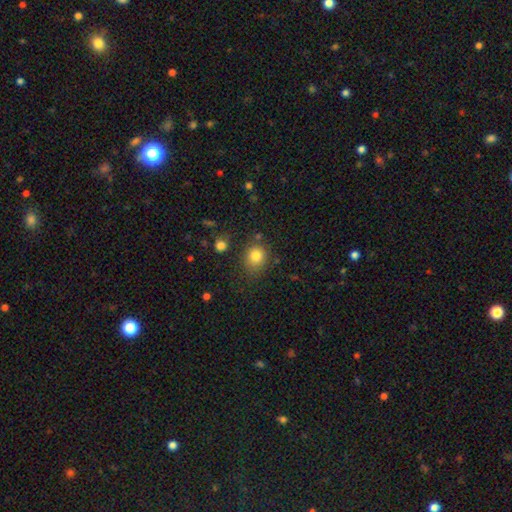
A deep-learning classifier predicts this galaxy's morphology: type=smooth (82%); roundness=round (73%); merging=none (76%).